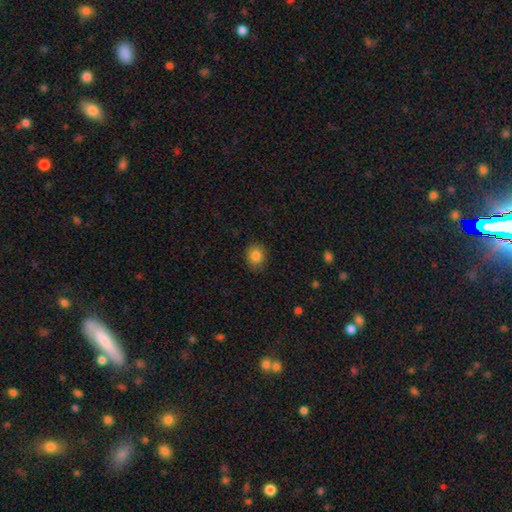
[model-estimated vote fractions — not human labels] Smooth or featured: smooth — 84% (star or artifact — 10%)
How rounded: round — 68% (in between — 32%)
Merging: none — 87% (minor disturbance — 10%)